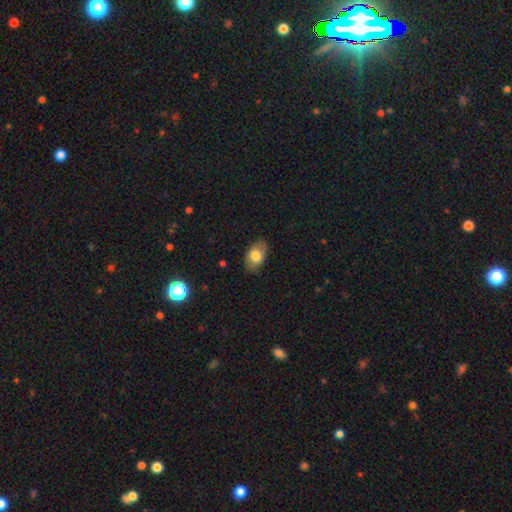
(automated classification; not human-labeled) A smooth galaxy with no disk features (77%) that is in between round and cigar-shaped (89%).

Vote fractions:
- Smooth or featured? smooth: 77% / featured or disk: 16% / star or artifact: 7%
- How rounded? in between: 89% / round: 9% / cigar-shaped: 1%
- Merging? none: 83% / minor disturbance: 13% / major disturbance: 3% / merger: 1%